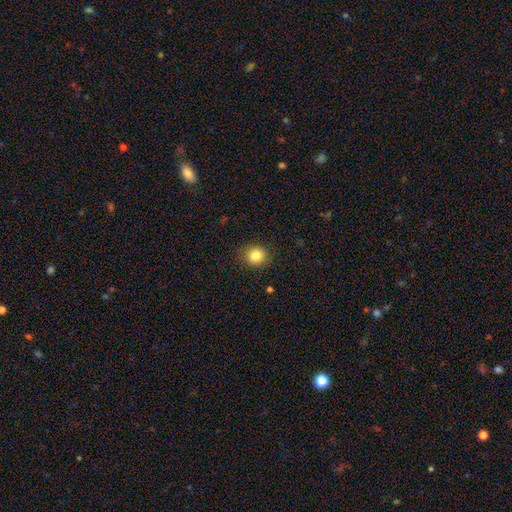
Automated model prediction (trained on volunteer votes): Smooth or featured? Predicted: smooth (p=0.83). How rounded? Predicted: round (p=0.83). Merging? Predicted: none (p=0.88).